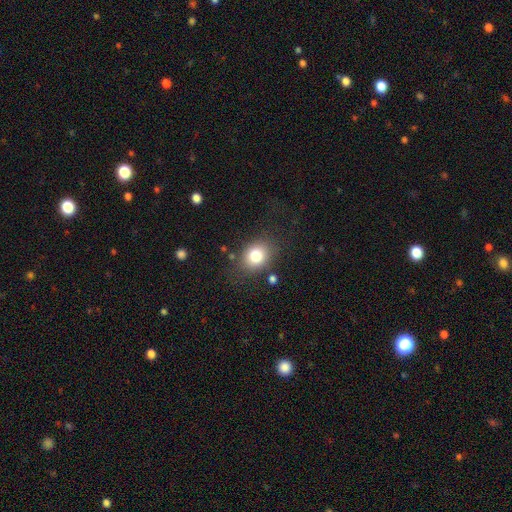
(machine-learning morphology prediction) Smooth or featured? smooth (79%)
How rounded? round (55%)
Merging? none (79%)